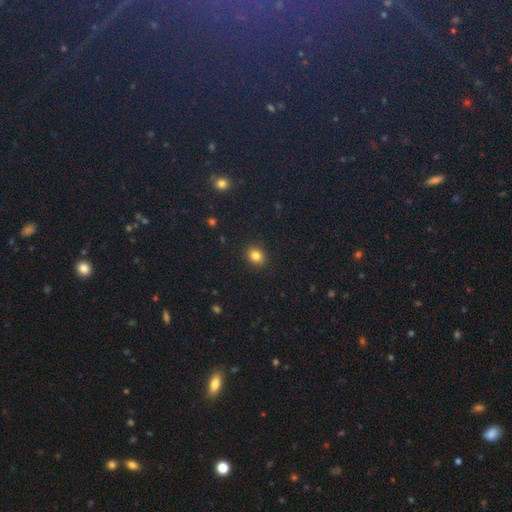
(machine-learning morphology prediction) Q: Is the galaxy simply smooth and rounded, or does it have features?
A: smooth — 83%.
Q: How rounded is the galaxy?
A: round — 54%.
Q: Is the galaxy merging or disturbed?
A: none — 90%.